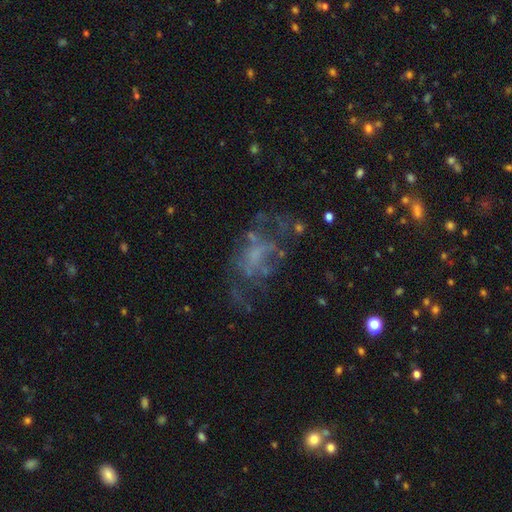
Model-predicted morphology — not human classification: This is possibly a featured or disk galaxy (59%). It is clearly not viewed edge-on (97%). Bar: clearly no (81%). Spiral arm pattern: likely no (73%). Central bulge: likely none (66%). Merging: marginally none (41%).